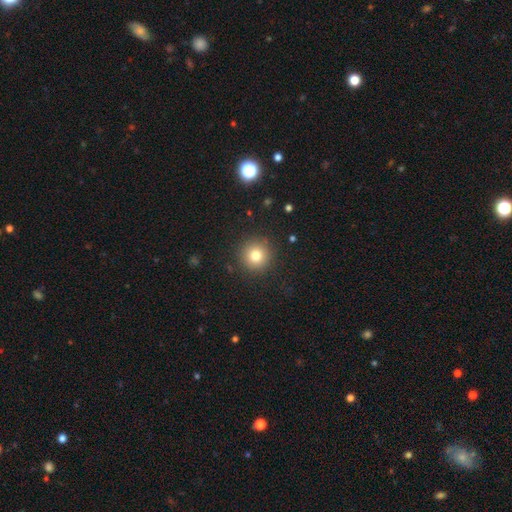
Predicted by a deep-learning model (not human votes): smooth-or-featured: smooth: 78% | star or artifact: 13% | featured or disk: 9%
  how-rounded: round: 95% | in between: 4% | cigar-shaped: 1%
  merging: none: 90% | minor disturbance: 6% | major disturbance: 3% | merger: 1%